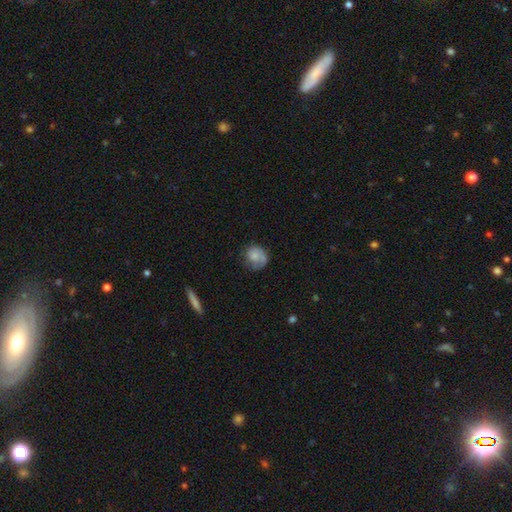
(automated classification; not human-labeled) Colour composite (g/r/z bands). It shows a smooth galaxy with no disk features (64%) that is round (69%). Merging: none (53%).